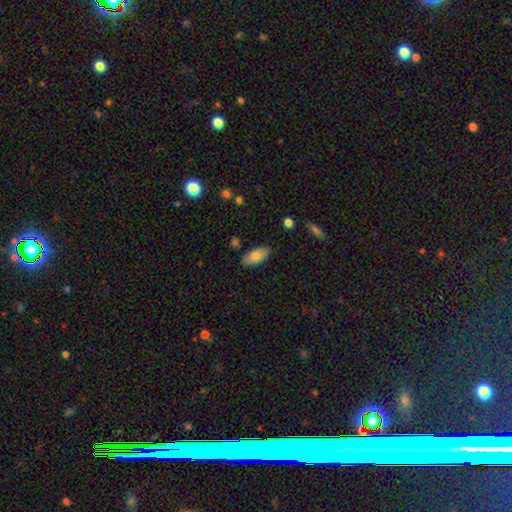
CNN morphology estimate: smooth 80%, featured or disk 14%, star or artifact 7%. Down the decision tree: how rounded — in between (91%); merging — none (83%).